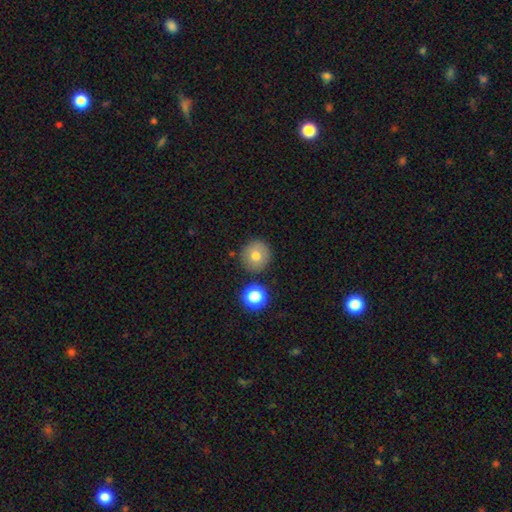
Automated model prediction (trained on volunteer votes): smooth 74%, featured or disk 14%, star or artifact 12%. Down the decision tree: how rounded — round (94%); merging — none (84%).